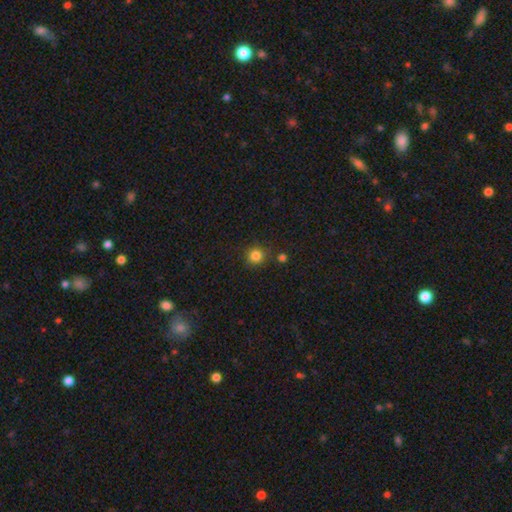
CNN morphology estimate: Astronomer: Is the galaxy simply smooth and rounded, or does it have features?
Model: smooth — 83%.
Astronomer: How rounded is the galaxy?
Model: round — 93%.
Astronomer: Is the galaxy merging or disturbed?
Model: none — 84%.